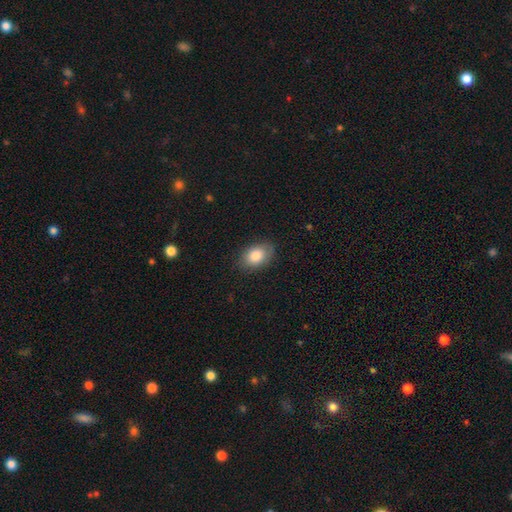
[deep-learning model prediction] The model was most divided on "how rounded": in between: 84%, round: 15%, cigar-shaped: 1%. More confident: smooth or featured — smooth (83%); merging — none (83%).